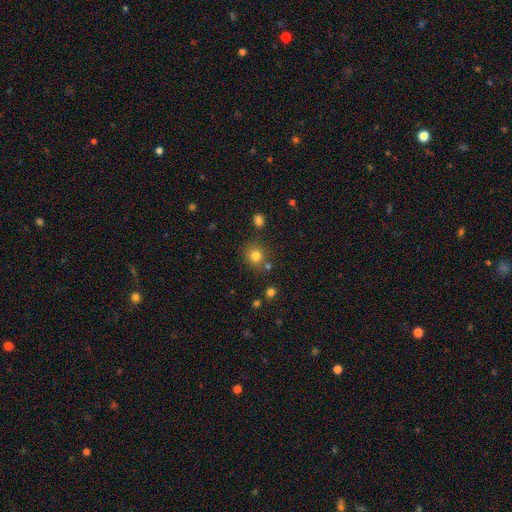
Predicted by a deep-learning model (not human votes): smooth 80%, star or artifact 13%, featured or disk 7%. Down the decision tree: how rounded — round (83%); merging — none (77%).